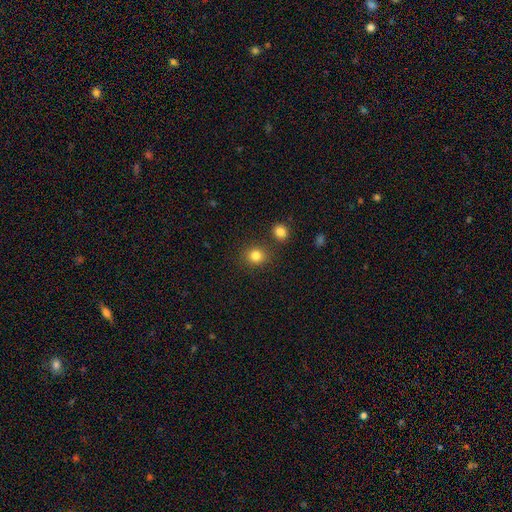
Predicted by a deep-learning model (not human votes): Smooth or featured? smooth (82%)
How rounded? round (84%)
Merging? none (84%)